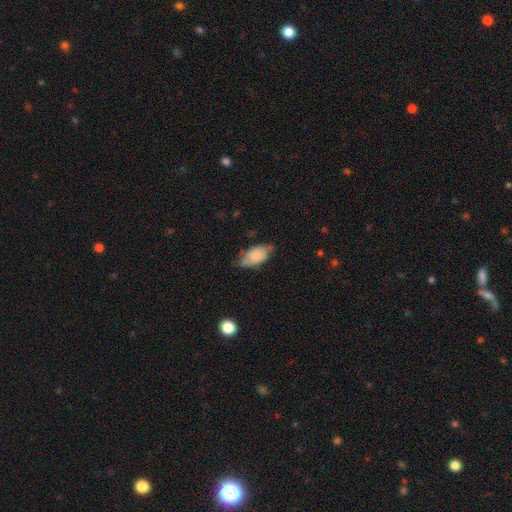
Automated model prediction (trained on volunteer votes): Smooth or featured? smooth (78%)
How rounded? in between (93%)
Merging? none (59%)